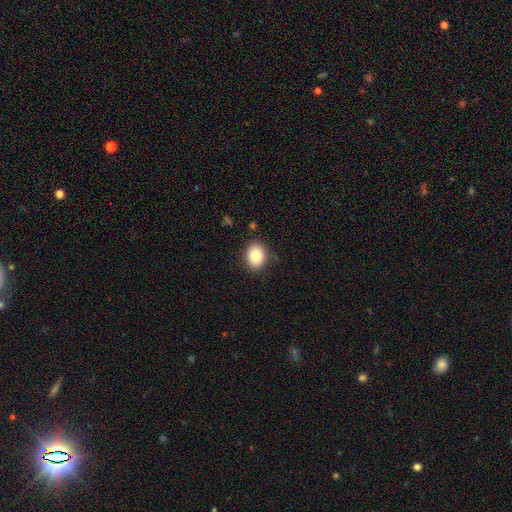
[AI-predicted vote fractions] The model was most divided on "how rounded": in between: 61%, round: 38%, cigar-shaped: 1%. More confident: smooth or featured — smooth (85%); merging — none (83%).